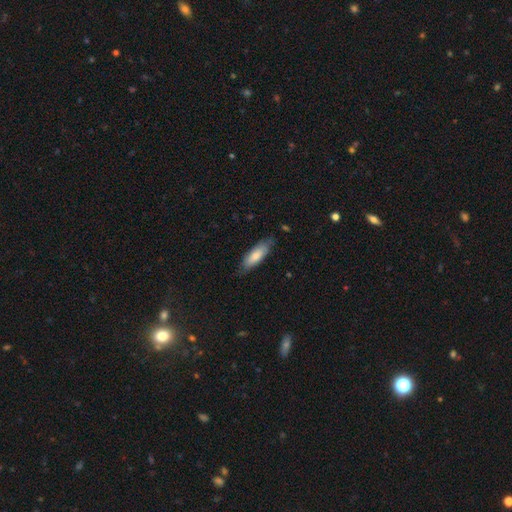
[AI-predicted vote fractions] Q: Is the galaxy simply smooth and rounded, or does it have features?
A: smooth — 76%.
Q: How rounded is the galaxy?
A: in between — 60%.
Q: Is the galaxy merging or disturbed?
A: none — 75%.